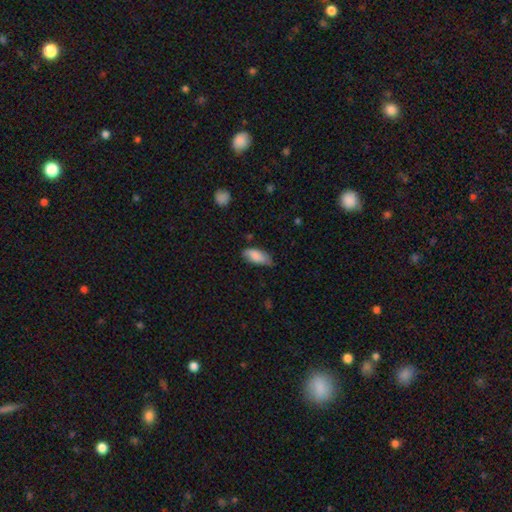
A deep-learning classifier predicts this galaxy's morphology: Smooth or featured? smooth (84%)
How rounded? in between (84%)
Merging? none (61%)